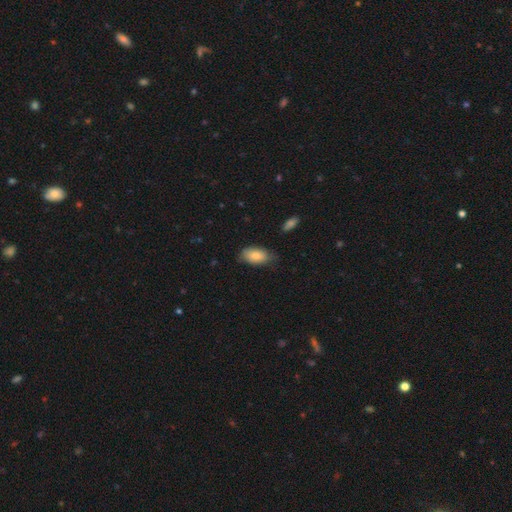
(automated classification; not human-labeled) Overall: smooth (82%). How rounded: in between (93%). Merging: none (67%).